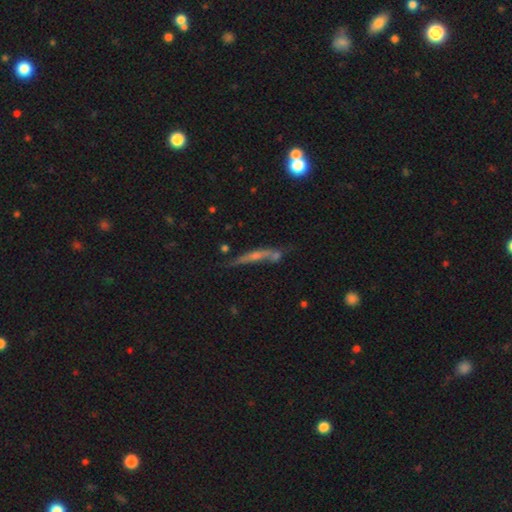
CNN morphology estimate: A featured or disk galaxy (45%). Merging: none (62%).